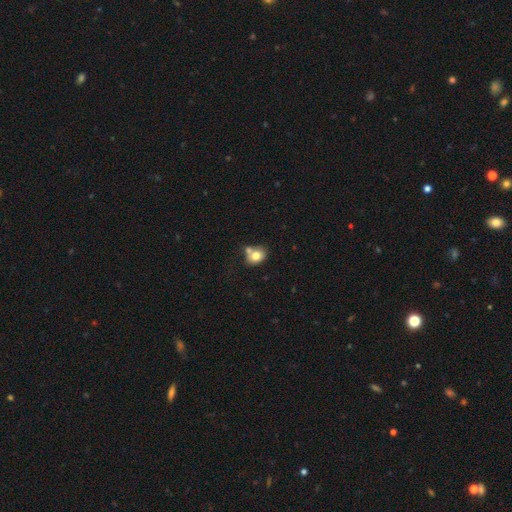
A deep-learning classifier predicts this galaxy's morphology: A smooth galaxy with no disk features (77%) that is in between round and cigar-shaped (51%).

Vote fractions:
- Smooth or featured? smooth: 77% / featured or disk: 14% / star or artifact: 10%
- How rounded? in between: 51% / round: 48% / cigar-shaped: 1%
- Merging? none: 50% / merger: 31% / minor disturbance: 15% / major disturbance: 4%